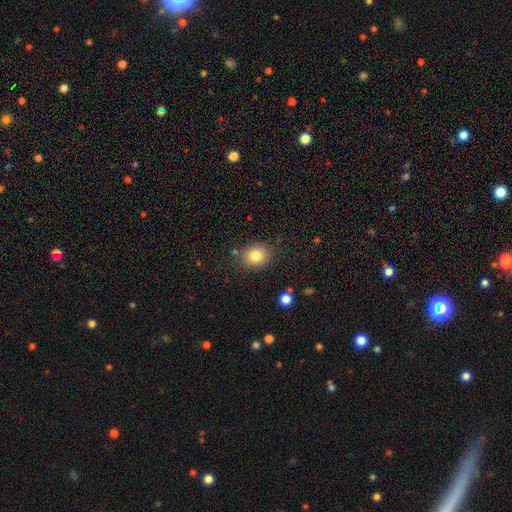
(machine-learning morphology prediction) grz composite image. It shows a smooth galaxy with no disk features (82%) that is round (53%). Merging: none (83%).